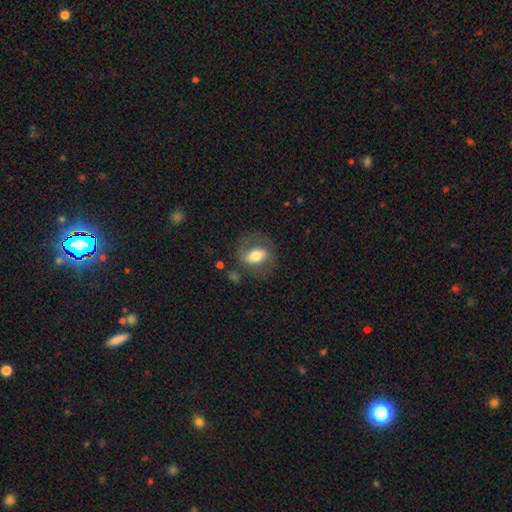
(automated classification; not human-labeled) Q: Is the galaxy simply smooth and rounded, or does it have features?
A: smooth — 47%.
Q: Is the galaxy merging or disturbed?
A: none — 68%.